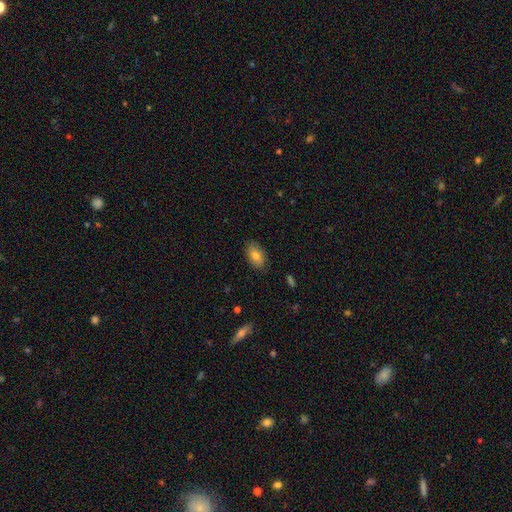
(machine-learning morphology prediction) type=smooth (80%); roundness=in between (92%); merging=none (85%).